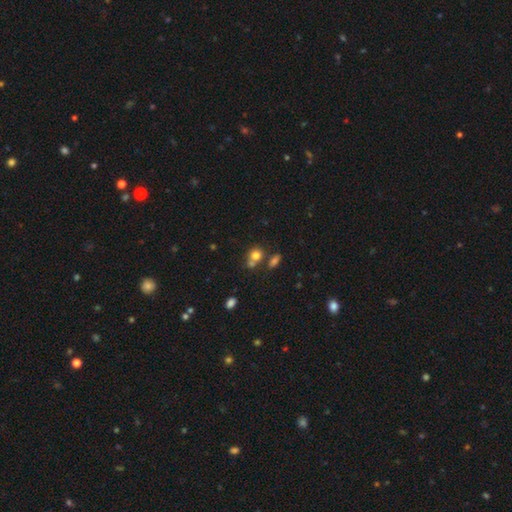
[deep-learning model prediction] Overall: smooth (76%). How rounded: round (72%). Merging: none (51%; merger 32%).